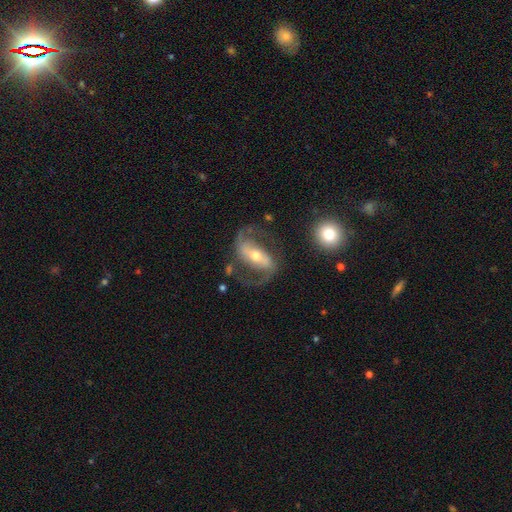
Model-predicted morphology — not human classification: This is clearly a featured or disk galaxy (86%). It is clearly not viewed edge-on (95%). Bar: possibly strong (58%). Spiral arm pattern: clearly yes (95%). Spiral arm count: clearly 2 (92%). Spiral winding: possibly medium (48%). Central bulge: possibly moderate (59%). Merging: likely none (70%).